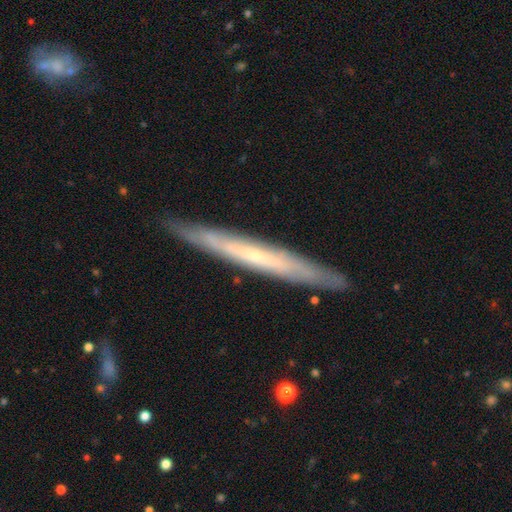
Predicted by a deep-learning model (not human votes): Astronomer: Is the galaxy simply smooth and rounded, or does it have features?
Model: featured or disk — 62%.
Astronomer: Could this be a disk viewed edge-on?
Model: yes — 89%.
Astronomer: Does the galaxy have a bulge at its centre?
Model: none — 77%.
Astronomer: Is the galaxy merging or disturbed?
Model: none — 89%.